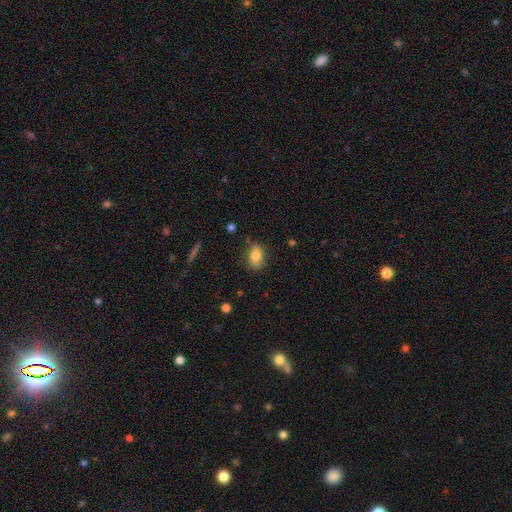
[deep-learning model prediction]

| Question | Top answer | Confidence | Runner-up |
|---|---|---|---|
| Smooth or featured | smooth | 79% | featured or disk (13%) |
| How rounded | in between | 86% | round (9%) |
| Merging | none | 78% | minor disturbance (16%) |